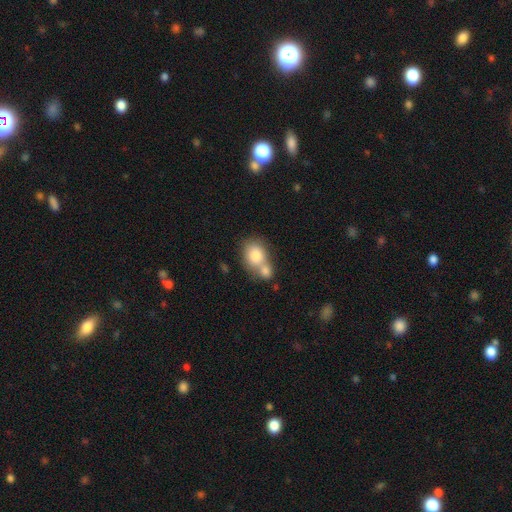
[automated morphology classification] The model was most divided on "how rounded": round: 51%, in between: 48%, cigar-shaped: 1%. More confident: smooth or featured — smooth (80%); merging — merger (56%).